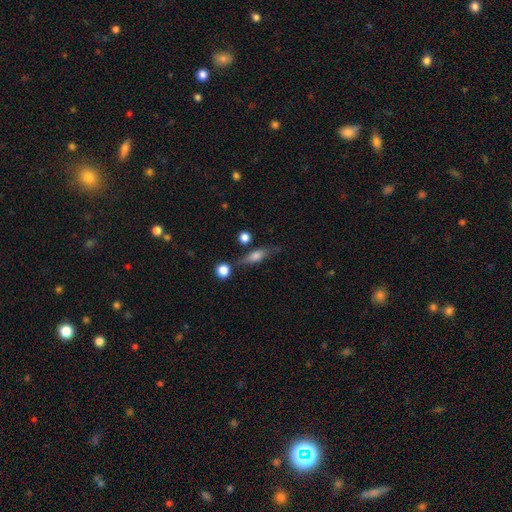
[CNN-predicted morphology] smooth 55%, featured or disk 36%, star or artifact 9%. Down the decision tree: how rounded — in between (46%); merging — none (66%).